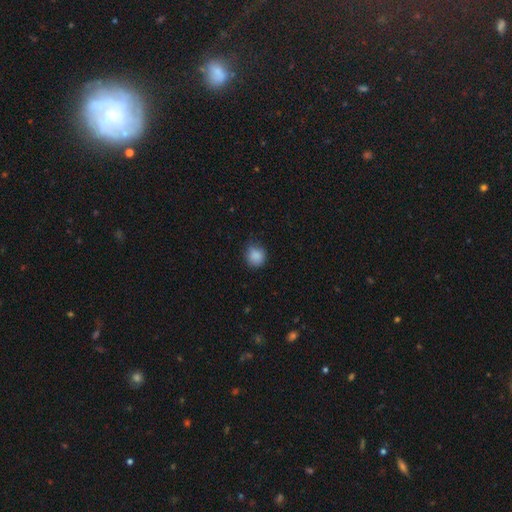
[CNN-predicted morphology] smooth 87%, star or artifact 9%, featured or disk 3%. Down the decision tree: how rounded — round (84%); merging — none (76%).